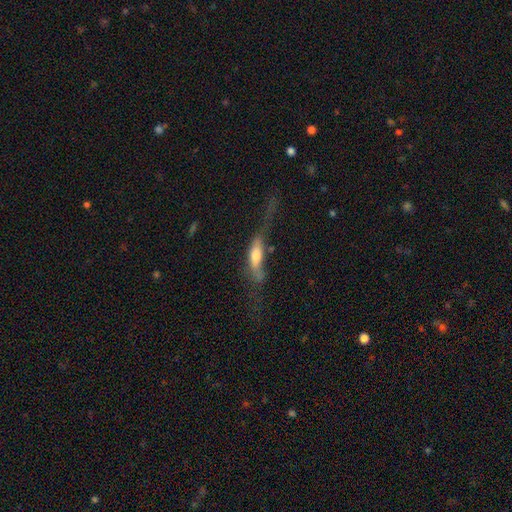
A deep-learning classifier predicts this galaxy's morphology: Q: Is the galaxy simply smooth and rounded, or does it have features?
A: smooth — 52%.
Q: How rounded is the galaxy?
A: cigar-shaped — 60%.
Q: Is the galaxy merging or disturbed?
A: major disturbance — 43%.